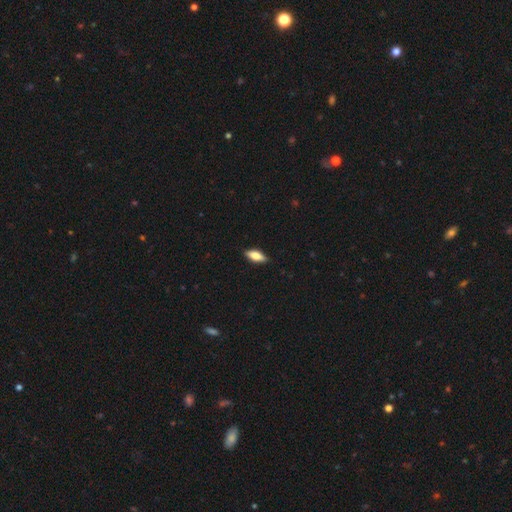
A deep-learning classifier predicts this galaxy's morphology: Overall: smooth (65%; featured or disk 28%). How rounded: in between (72%). Merging: none (88%).